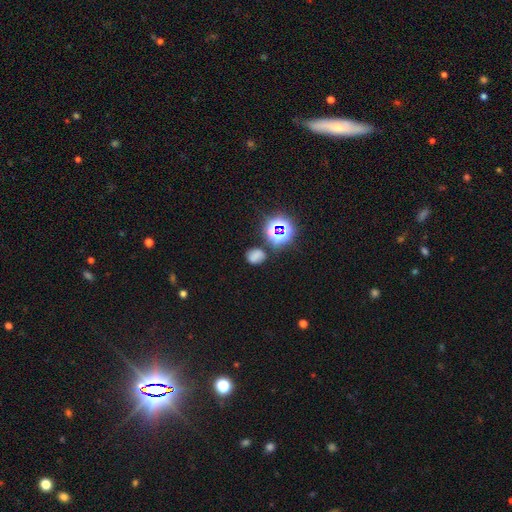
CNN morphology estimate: Smooth or featured: smooth — 63% (star or artifact — 27%)
How rounded: round — 52% (in between — 47%)
Merging: none — 73% (minor disturbance — 16%)